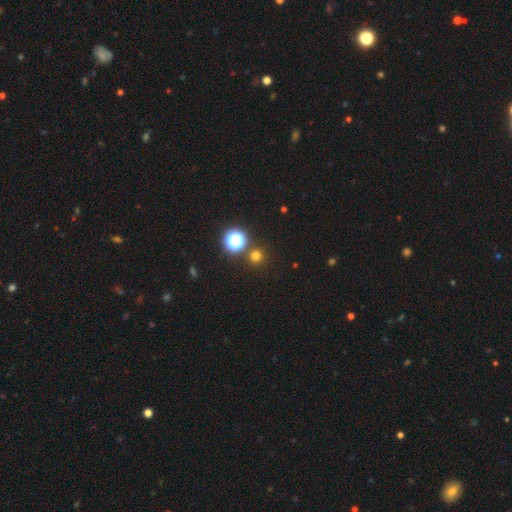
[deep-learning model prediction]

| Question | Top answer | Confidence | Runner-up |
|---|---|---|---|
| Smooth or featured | smooth | 68% | star or artifact (26%) |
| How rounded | round | 93% | in between (6%) |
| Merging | none | 85% | merger (7%) |